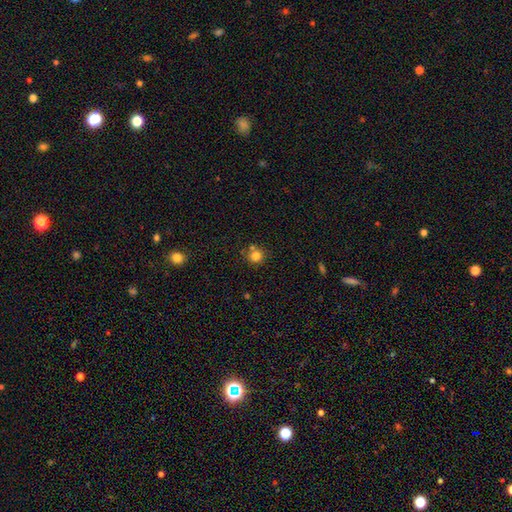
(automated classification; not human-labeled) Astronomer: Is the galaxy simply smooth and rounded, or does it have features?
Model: smooth — 80%.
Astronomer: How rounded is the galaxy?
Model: round — 90%.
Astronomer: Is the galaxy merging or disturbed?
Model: none — 70%.